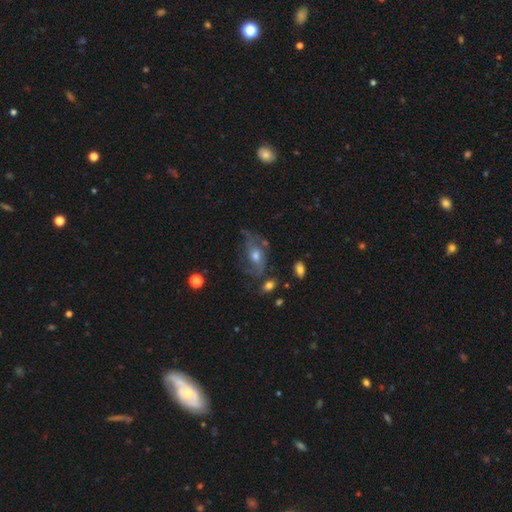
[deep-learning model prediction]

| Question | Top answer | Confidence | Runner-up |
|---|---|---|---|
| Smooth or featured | featured or disk | 66% | smooth (22%) |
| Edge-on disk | no | 94% | yes (6%) |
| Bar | no | 69% | weak (25%) |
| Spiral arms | yes | 74% | no (26%) |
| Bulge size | moderate | 61% | small (29%) |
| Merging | none | 48% | major disturbance (24%) |